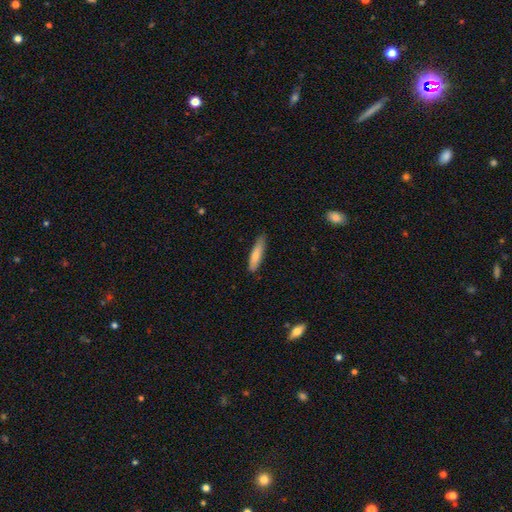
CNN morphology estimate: Smooth or featured: smooth — 76% (featured or disk — 18%)
How rounded: cigar-shaped — 80% (in between — 19%)
Merging: none — 81% (minor disturbance — 15%)